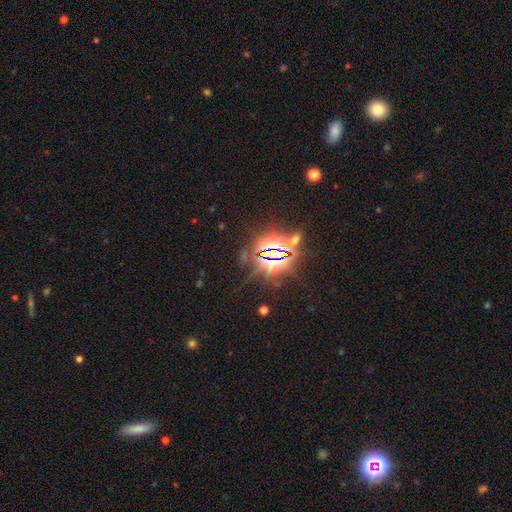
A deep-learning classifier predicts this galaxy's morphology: Smooth or featured?
  - star or artifact: 84% *
  - smooth: 9%
  - featured or disk: 7%